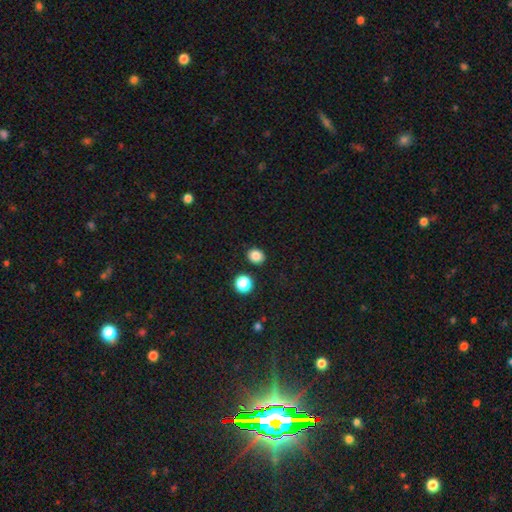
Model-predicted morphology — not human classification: Smooth or featured?
  - smooth: 85% *
  - star or artifact: 11%
  - featured or disk: 4%
How rounded?
  - round: 70% *
  - in between: 30%
  - cigar-shaped: 1%
Merging?
  - none: 87% *
  - minor disturbance: 7%
  - merger: 4%
  - major disturbance: 2%